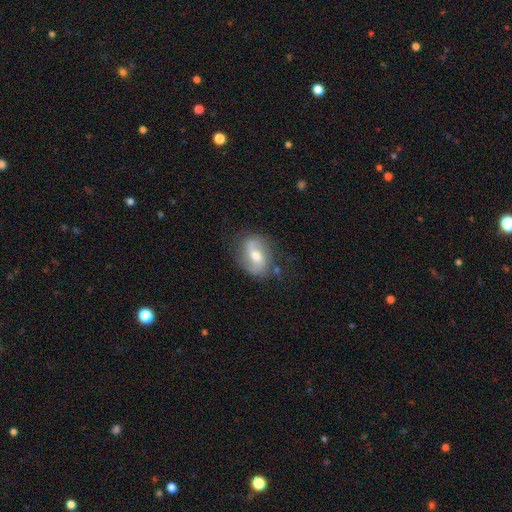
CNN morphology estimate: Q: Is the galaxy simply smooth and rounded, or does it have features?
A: featured or disk — 65%.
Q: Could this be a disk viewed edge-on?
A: no — 95%.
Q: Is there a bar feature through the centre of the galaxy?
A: weak — 45%.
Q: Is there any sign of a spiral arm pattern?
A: yes — 83%.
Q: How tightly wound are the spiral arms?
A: loose — 45%.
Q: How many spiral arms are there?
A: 2 — 86%.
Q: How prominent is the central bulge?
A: moderate — 69%.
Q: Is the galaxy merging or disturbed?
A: none — 72%.